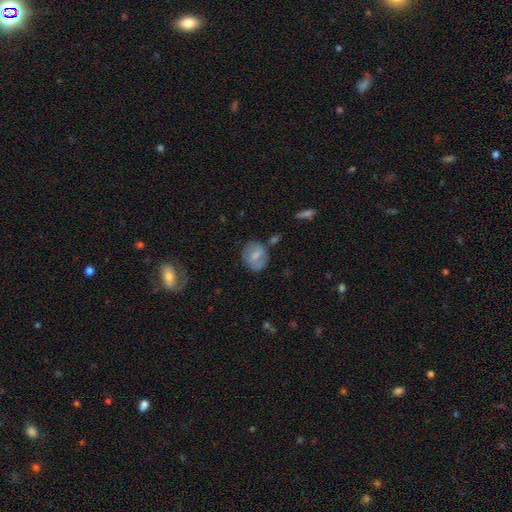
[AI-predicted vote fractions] The model was most divided on "how rounded": round: 51%, in between: 47%, cigar-shaped: 2%. More confident: merging — none (65%); smooth or featured — smooth (61%).